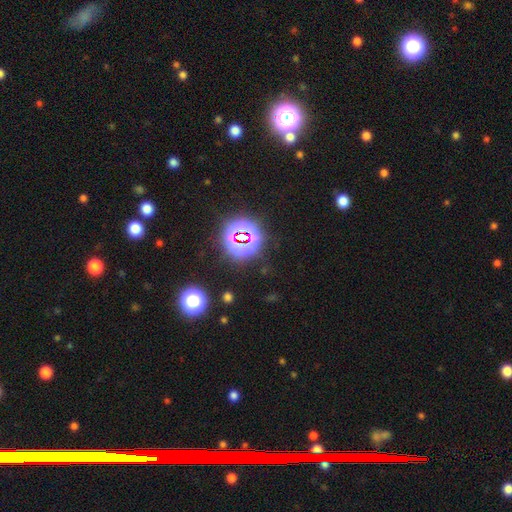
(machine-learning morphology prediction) Smooth or featured: star or artifact — 81% (smooth — 11%)